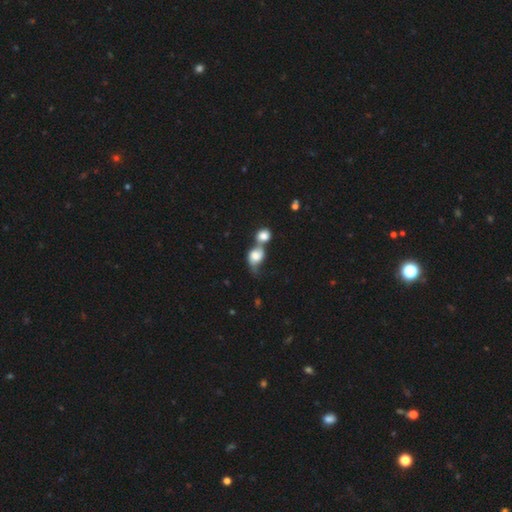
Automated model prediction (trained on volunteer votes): This appears to be a smooth galaxy with no disk features (68%) that is round (56%). Merging: merger (69%).